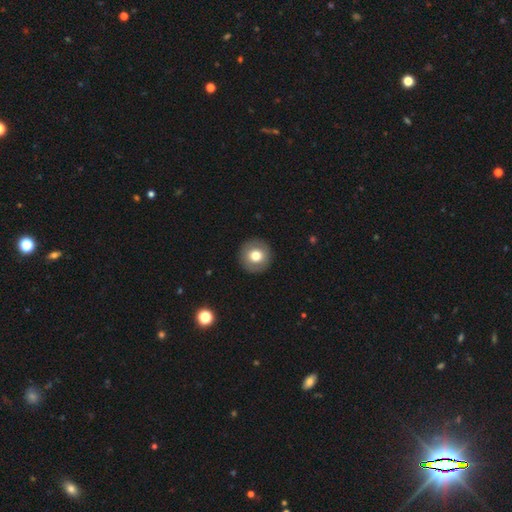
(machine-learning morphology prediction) Q: Smooth or featured?
A: smooth (73%); runner-up: featured or disk (18%)
Q: How rounded?
A: round (95%); runner-up: in between (4%)
Q: Merging?
A: none (92%); runner-up: minor disturbance (5%)